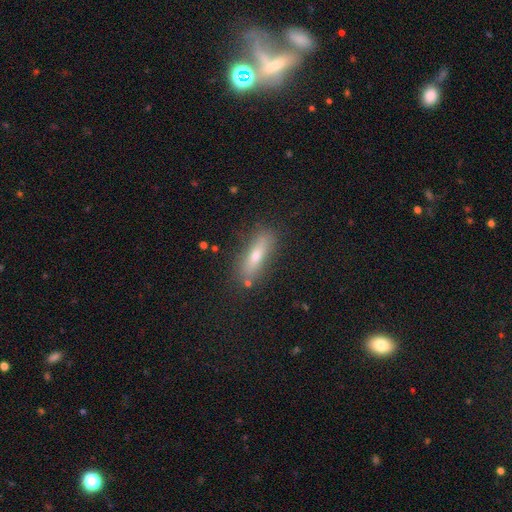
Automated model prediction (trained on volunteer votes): smooth_or_featured: smooth (p=0.60) [alt: featured or disk p=0.30]
how_rounded: cigar-shaped (p=0.62) [alt: in between p=0.35]
merging: none (p=0.82) [alt: minor disturbance p=0.12]